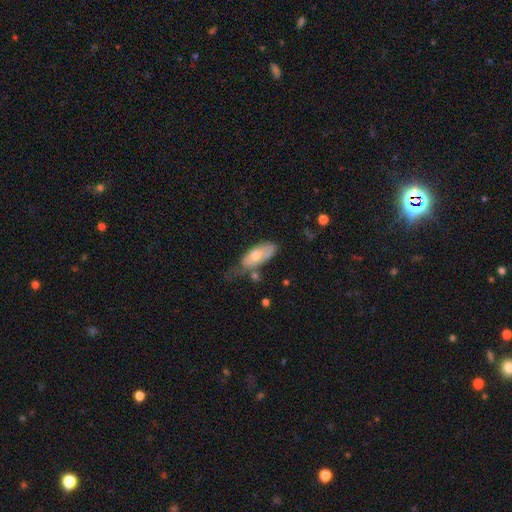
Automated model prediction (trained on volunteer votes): Smooth or featured? Predicted: smooth (p=0.61). How rounded? Predicted: in between (p=0.80). Merging? Predicted: none (p=0.36, tied with minor disturbance).